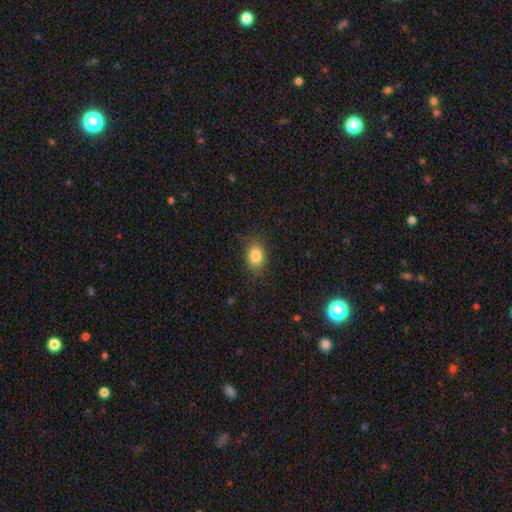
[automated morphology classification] Q: Smooth or featured?
A: smooth (84%); runner-up: star or artifact (9%)
Q: How rounded?
A: in between (74%); runner-up: round (24%)
Q: Merging?
A: none (83%); runner-up: minor disturbance (12%)